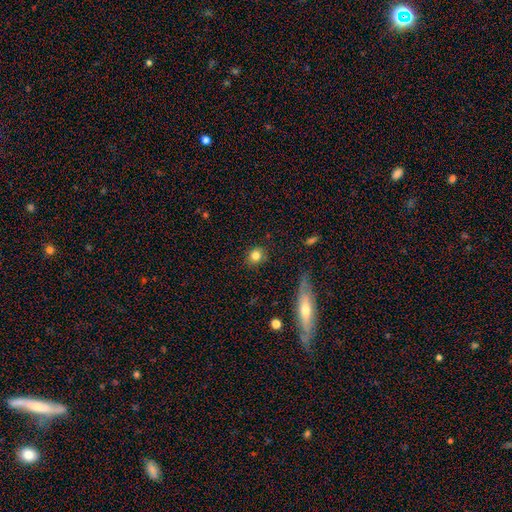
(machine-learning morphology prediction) Smooth or featured: smooth — 82% (star or artifact — 10%)
How rounded: round — 73% (in between — 25%)
Merging: none — 86% (minor disturbance — 10%)